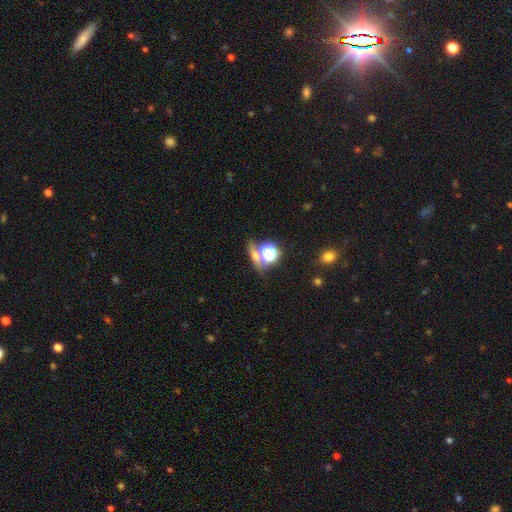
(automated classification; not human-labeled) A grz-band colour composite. It shows a smooth galaxy with no disk features (50%) that is round (52%). Merging: none (60%).